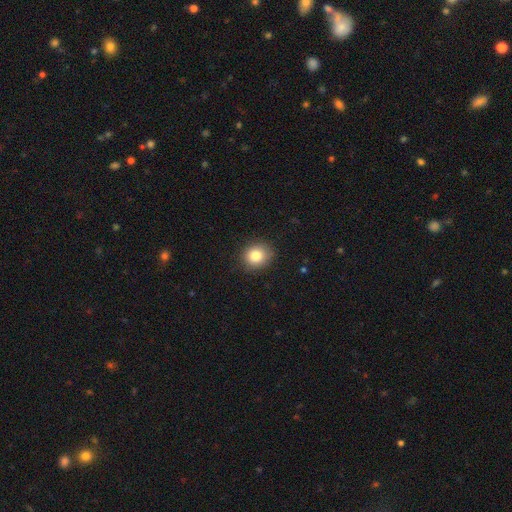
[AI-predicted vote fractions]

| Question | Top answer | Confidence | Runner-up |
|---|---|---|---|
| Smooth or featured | smooth | 83% | star or artifact (10%) |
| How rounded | round | 71% | in between (28%) |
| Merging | none | 87% | minor disturbance (10%) |